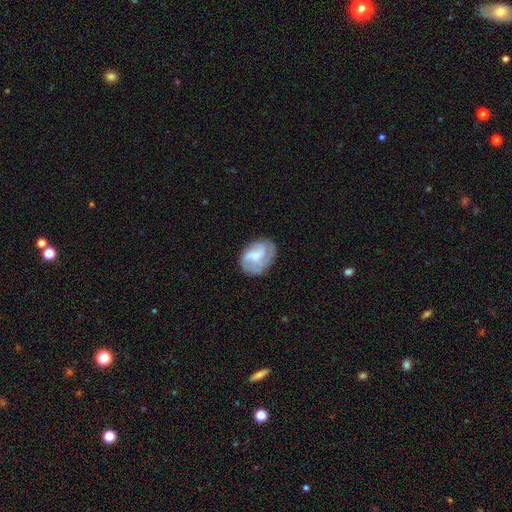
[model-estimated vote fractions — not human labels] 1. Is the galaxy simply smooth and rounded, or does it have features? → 62% featured or disk, 30% smooth, 7% star or artifact.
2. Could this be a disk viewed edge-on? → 98% no, 2% yes.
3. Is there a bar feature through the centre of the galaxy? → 49% no, 41% weak, 10% strong.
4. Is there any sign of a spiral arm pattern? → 86% yes, 14% no.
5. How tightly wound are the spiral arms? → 43% medium, 31% tight, 26% loose.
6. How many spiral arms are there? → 34% 3, 25% can't tell, 21% 2, 10% 4, 6% 1, 4% more than 4.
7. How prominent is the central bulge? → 37% none, 29% small, 25% moderate, 7% large, 2% dominant.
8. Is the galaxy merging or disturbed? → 67% none, 21% minor disturbance, 10% major disturbance, 2% merger.